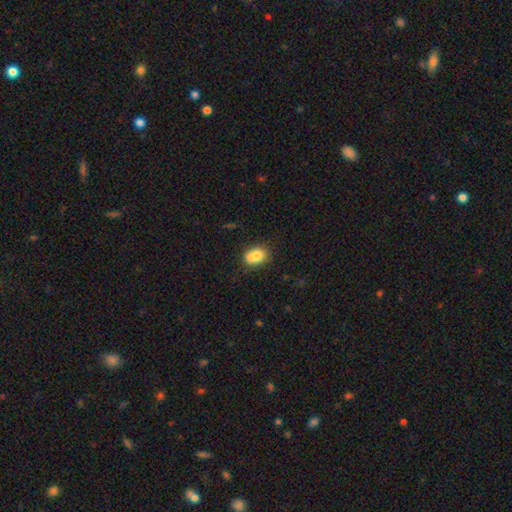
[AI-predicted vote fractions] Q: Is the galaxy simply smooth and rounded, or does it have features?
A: smooth — 78%.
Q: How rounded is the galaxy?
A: in between — 67%.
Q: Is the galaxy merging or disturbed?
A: none — 57%.